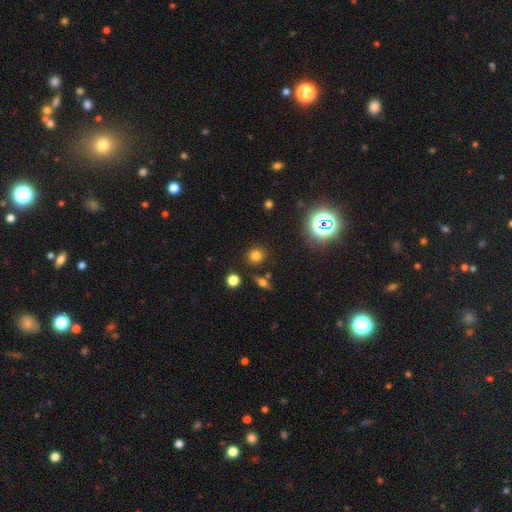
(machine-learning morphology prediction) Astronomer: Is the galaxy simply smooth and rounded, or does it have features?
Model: smooth — 74%.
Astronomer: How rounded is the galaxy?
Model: round — 84%.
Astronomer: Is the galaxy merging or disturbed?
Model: none — 84%.